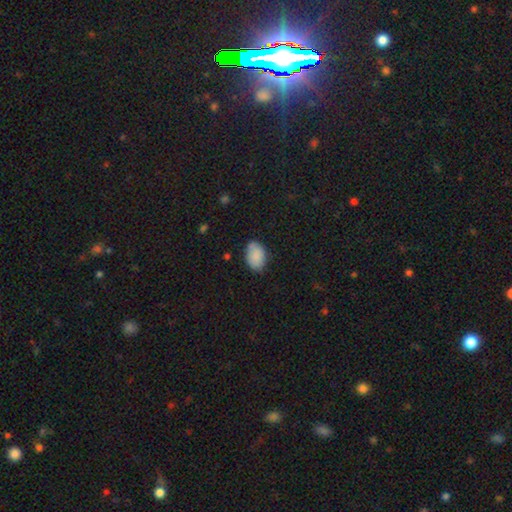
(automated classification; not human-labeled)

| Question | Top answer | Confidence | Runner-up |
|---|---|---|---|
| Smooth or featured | smooth | 87% | star or artifact (7%) |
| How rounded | in between | 87% | round (12%) |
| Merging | none | 72% | minor disturbance (22%) |